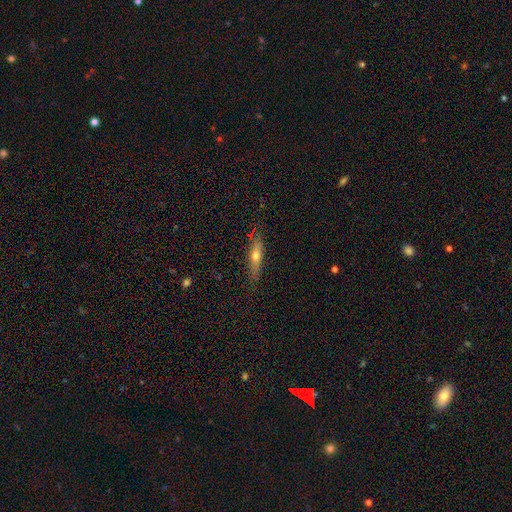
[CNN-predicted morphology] A smooth galaxy with no disk features (52%) that is cigar-shaped (70%). Merging: none (81%).